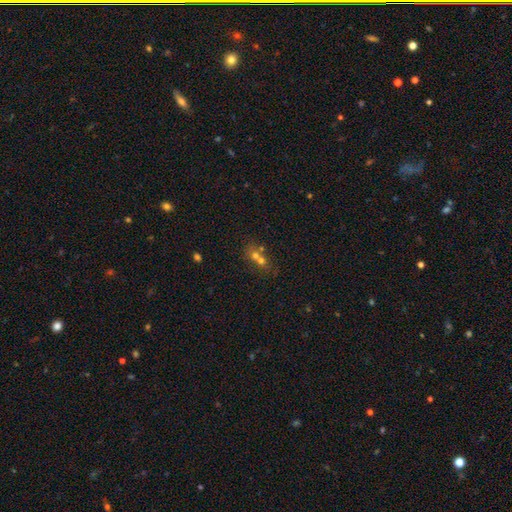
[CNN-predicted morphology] Smooth or featured? Predicted: smooth (p=0.55). How rounded? Predicted: round (p=0.72). Merging? Predicted: merger (p=0.61).